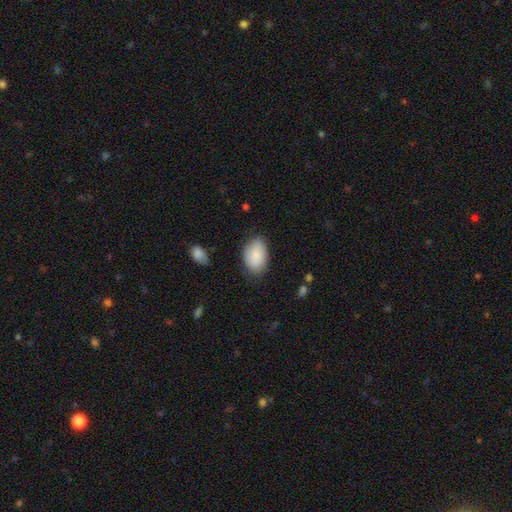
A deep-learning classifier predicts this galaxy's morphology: type=smooth (84%); roundness=in between (89%); merging=none (72%).